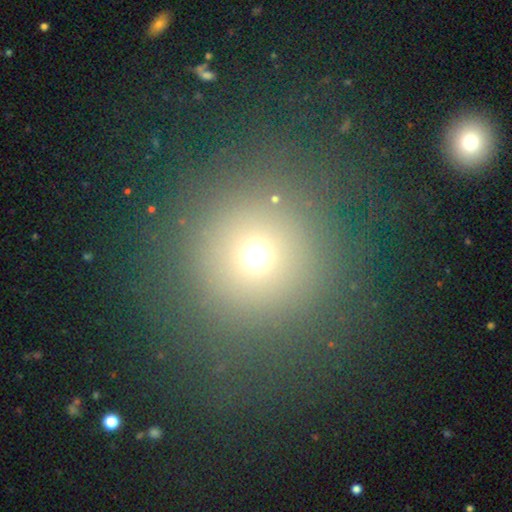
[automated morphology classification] This appears to be a smooth galaxy with no disk features (66%) that is round (93%). Merging: none (81%).